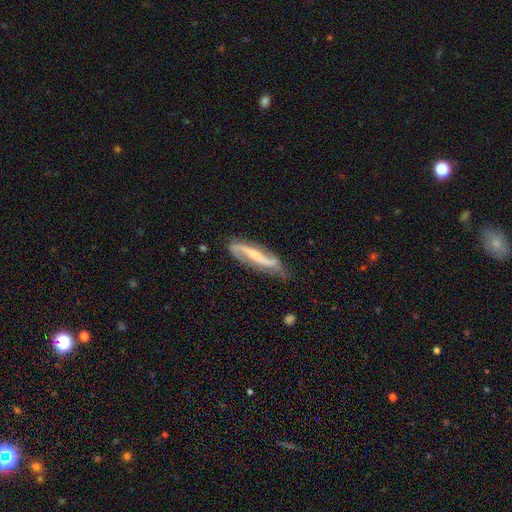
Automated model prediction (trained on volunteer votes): Overall: featured or disk (85%). Edge-on disk: no (85%). Bar: strong (41%; weak 32%). Spiral arms: yes (96%). Spiral arm count: 2 (91%). Spiral winding: loose (54%; medium 33%). Bulge size: small (58%; moderate 33%). Merging: none (71%).